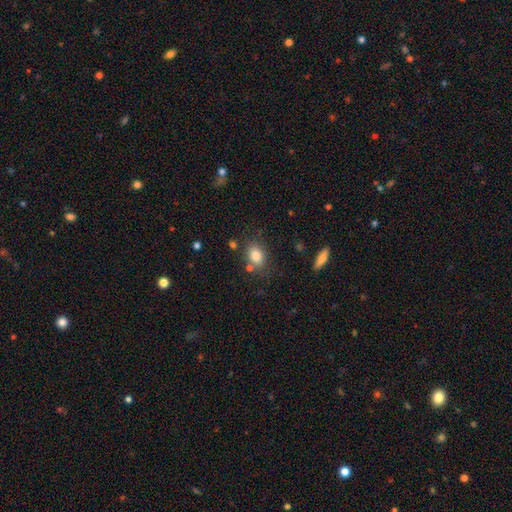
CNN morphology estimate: Smooth or featured? Predicted: smooth (p=0.83). How rounded? Predicted: in between (p=0.72). Merging? Predicted: none (p=0.75).